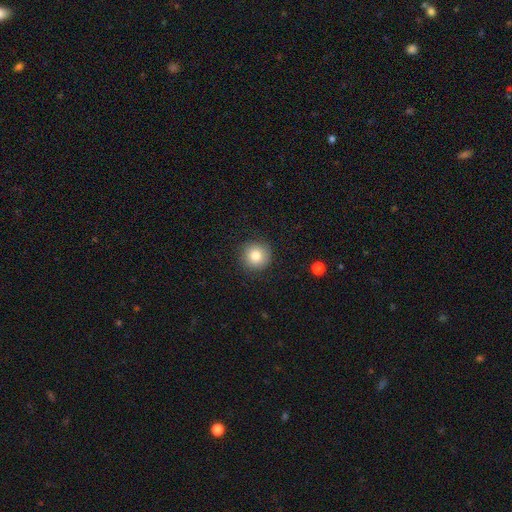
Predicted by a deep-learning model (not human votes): A smooth galaxy with no disk features (81%) that is round (94%).

Vote fractions:
- Smooth or featured? smooth: 81% / star or artifact: 10% / featured or disk: 9%
- How rounded? round: 94% / in between: 5% / cigar-shaped: 1%
- Merging? none: 89% / minor disturbance: 8% / major disturbance: 2% / merger: 1%